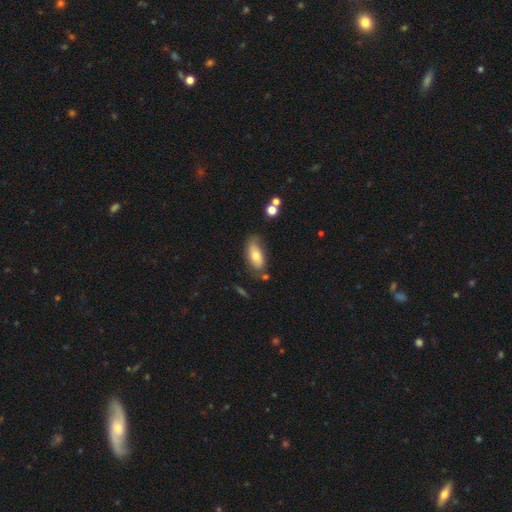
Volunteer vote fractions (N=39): This is likely a smooth galaxy (72%). How rounded: likely in between (79%). Merging: possibly none (54%).